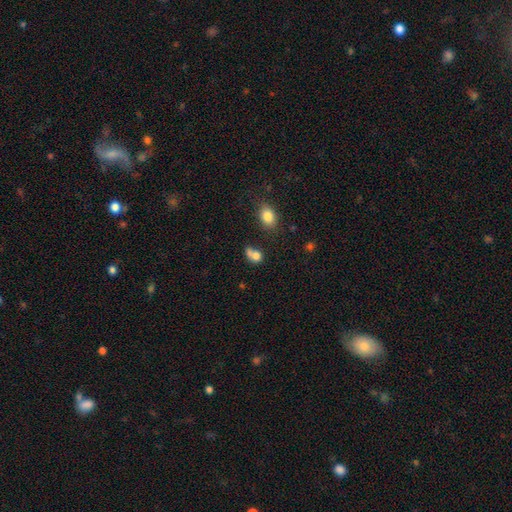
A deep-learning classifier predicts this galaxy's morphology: smooth-or-featured: smooth: 77% | featured or disk: 12% | star or artifact: 11%
  how-rounded: round: 49% (tied) | in between: 49% (tied) | cigar-shaped: 2%
  merging: merger: 43% | none: 32% | minor disturbance: 15% | major disturbance: 10%